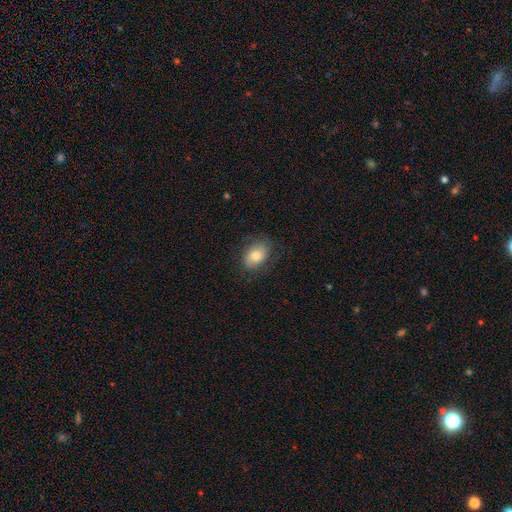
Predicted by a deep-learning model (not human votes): smooth 76%, featured or disk 16%, star or artifact 8%. Down the decision tree: how rounded — in between (77%); merging — none (75%).